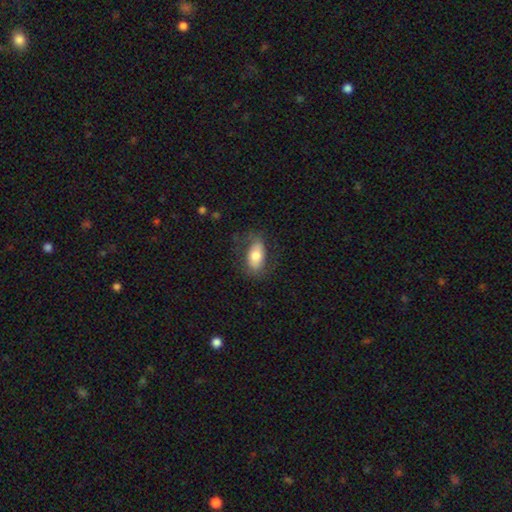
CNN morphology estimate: A smooth galaxy with no disk features (71%) that is in between round and cigar-shaped (89%).

Vote fractions:
- Smooth or featured? smooth: 71% / featured or disk: 23% / star or artifact: 6%
- How rounded? in between: 89% / cigar-shaped: 7% / round: 5%
- Merging? none: 71% / minor disturbance: 18% / major disturbance: 9% / merger: 1%